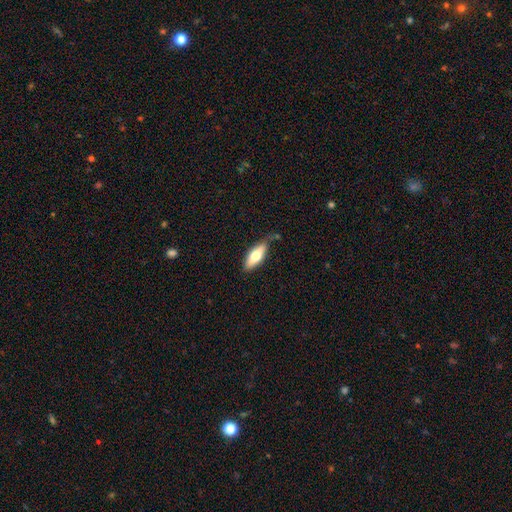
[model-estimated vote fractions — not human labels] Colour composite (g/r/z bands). It shows a smooth galaxy with no disk features (67%) that is in between round and cigar-shaped (67%). Merging: none (75%).